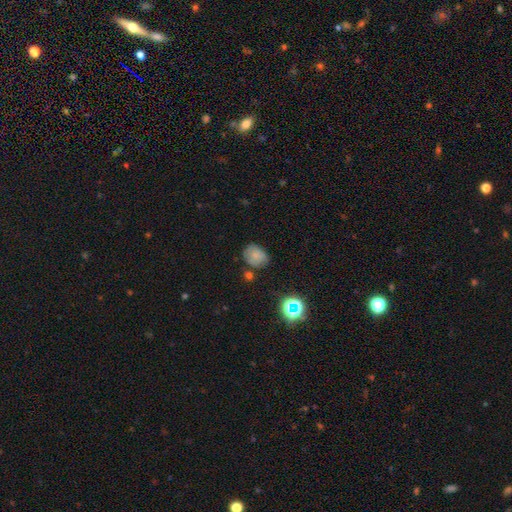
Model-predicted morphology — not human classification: Smooth or featured? Predicted: smooth (p=0.71). How rounded? Predicted: round (p=0.57). Merging? Predicted: none (p=0.68).